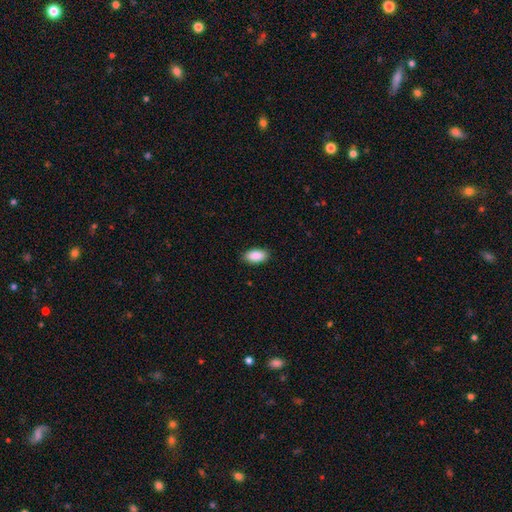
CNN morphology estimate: type=smooth (90%); roundness=in between (93%); merging=none (88%).